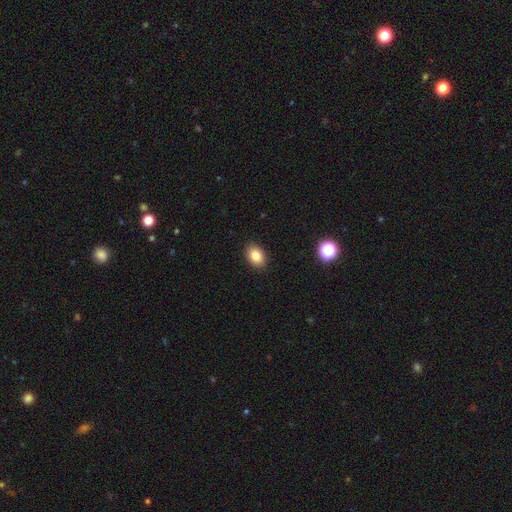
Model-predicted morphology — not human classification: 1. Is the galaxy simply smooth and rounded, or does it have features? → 84% smooth, 9% star or artifact, 6% featured or disk.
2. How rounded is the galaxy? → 82% in between, 17% round, 1% cigar-shaped.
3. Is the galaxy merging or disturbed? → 90% none, 7% minor disturbance, 2% major disturbance, 1% merger.